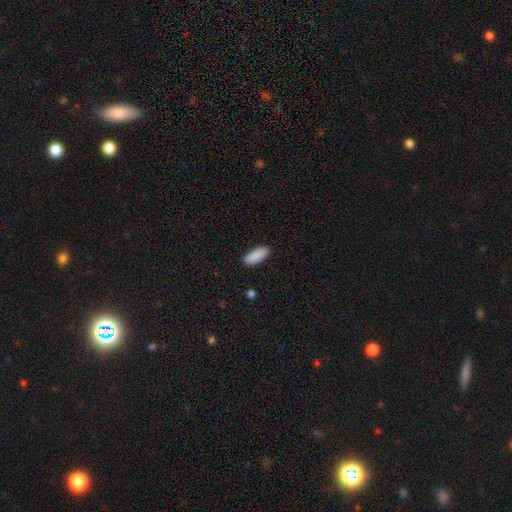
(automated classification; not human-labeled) A smooth galaxy with no disk features (91%) that is in between round and cigar-shaped (79%).

Vote fractions:
- Smooth or featured? smooth: 91% / star or artifact: 6% / featured or disk: 3%
- How rounded? in between: 79% / cigar-shaped: 20% / round: 2%
- Merging? none: 90% / minor disturbance: 8% / major disturbance: 2% / merger: 1%